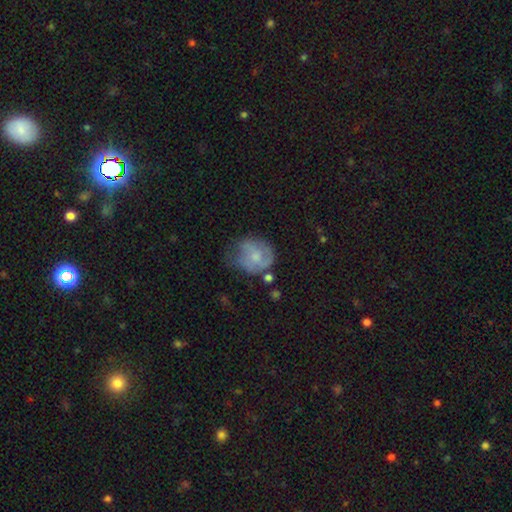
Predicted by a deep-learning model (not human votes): Overall: featured or disk (47%; smooth 46%). Merging: none (42%; minor disturbance 33%).